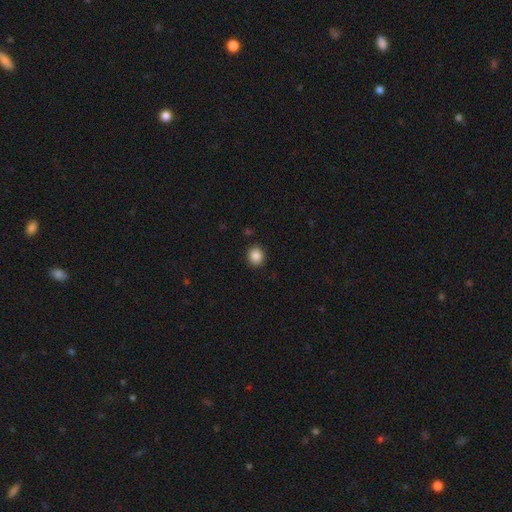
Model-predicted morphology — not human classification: type=smooth (87%); roundness=round (80%); merging=none (91%).